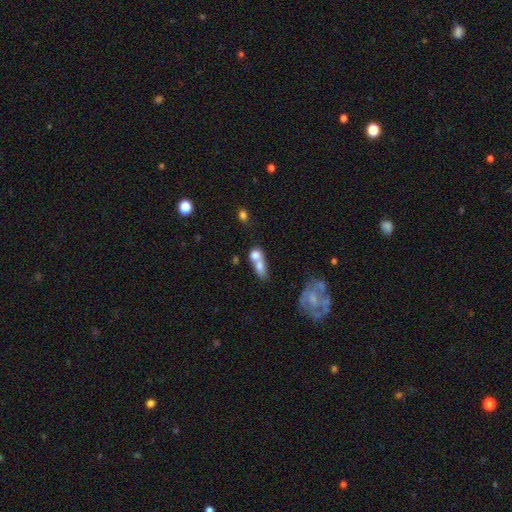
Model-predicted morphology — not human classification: This appears to be a smooth galaxy with no disk features (71%) that is in between round and cigar-shaped (53%). Merging: merger (68%).